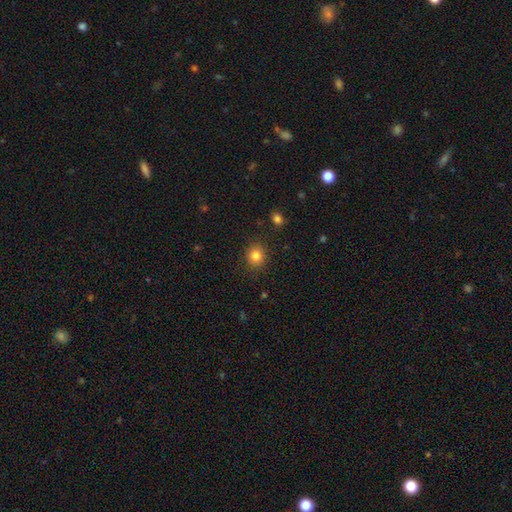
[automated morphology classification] Overall: smooth (83%). How rounded: round (82%). Merging: none (89%).